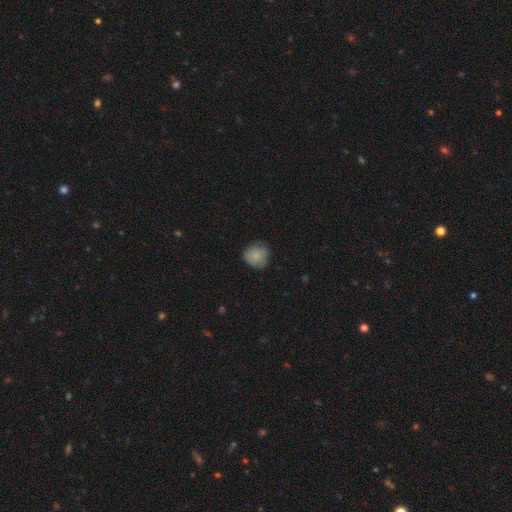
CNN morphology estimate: Smooth or featured: smooth — 78% (featured or disk — 14%)
How rounded: round — 82% (in between — 17%)
Merging: none — 64% (minor disturbance — 28%)